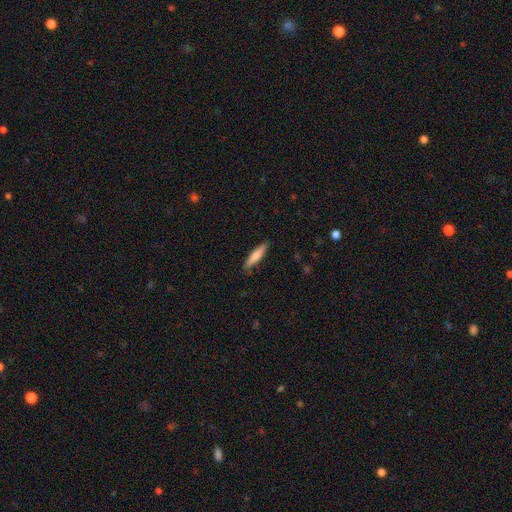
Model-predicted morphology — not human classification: type=smooth (73%); roundness=cigar-shaped (84%); merging=none (87%).